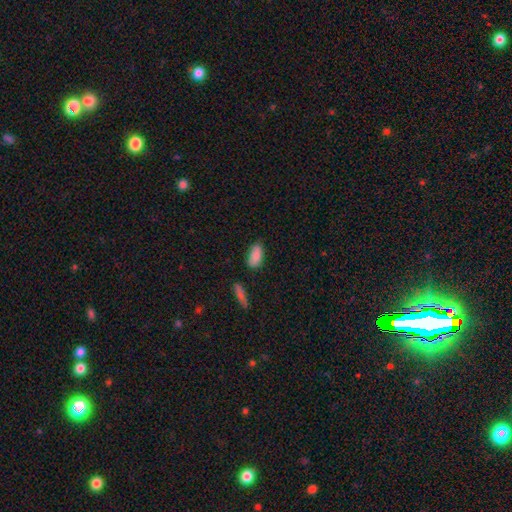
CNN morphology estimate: type=smooth (88%); roundness=in between (87%); merging=none (77%).